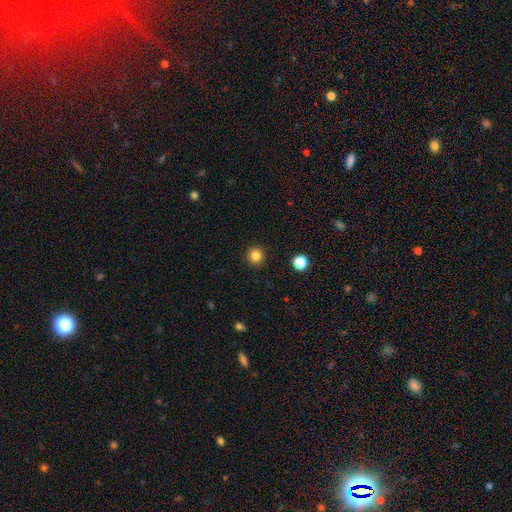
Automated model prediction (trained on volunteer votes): This appears to be a smooth galaxy with no disk features (84%) that is round (95%). Merging: none (93%).